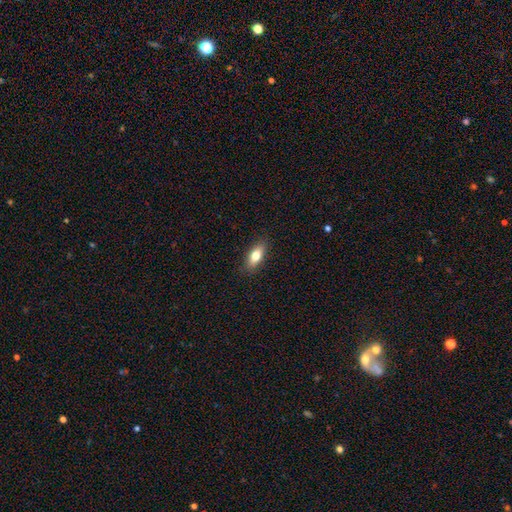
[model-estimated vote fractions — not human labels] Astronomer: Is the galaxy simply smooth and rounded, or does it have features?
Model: smooth — 75%.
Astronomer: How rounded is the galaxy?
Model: in between — 76%.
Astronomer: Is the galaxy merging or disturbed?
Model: none — 88%.